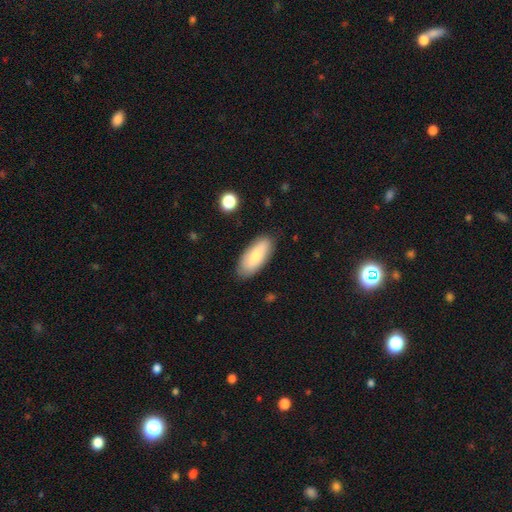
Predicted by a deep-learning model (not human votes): This appears to be a smooth galaxy with no disk features (70%) that is in between round and cigar-shaped (82%). Merging: none (83%).